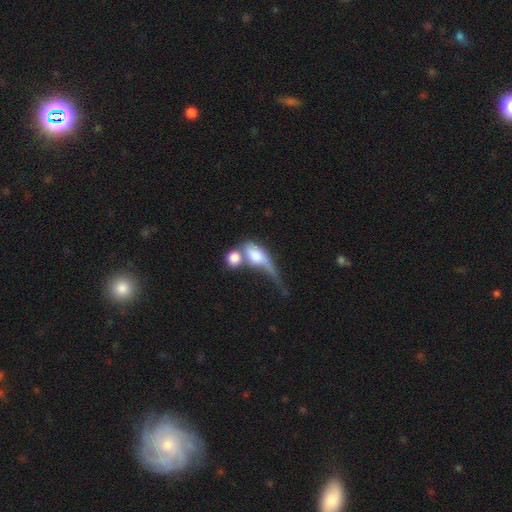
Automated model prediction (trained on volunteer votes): A smooth galaxy with no disk features (61%) that is in between round and cigar-shaped (66%).

Vote fractions:
- Smooth or featured? smooth: 61% / featured or disk: 30% / star or artifact: 8%
- How rounded? in between: 66% / round: 18% / cigar-shaped: 16%
- Merging? merger: 54% / major disturbance: 20% / none: 15% / minor disturbance: 11%